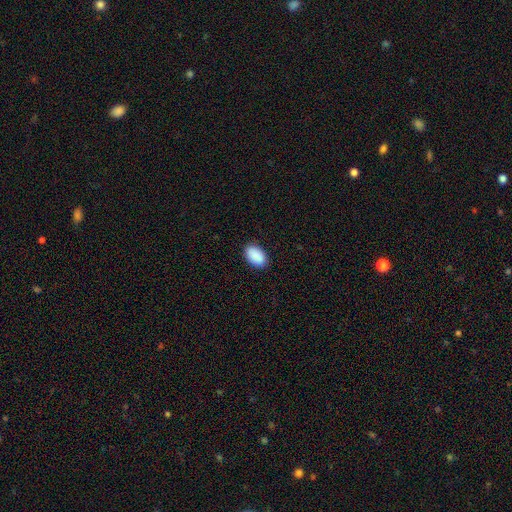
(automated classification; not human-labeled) smooth_or_featured: smooth (p=0.91) [alt: star or artifact p=0.06]
how_rounded: in between (p=0.94) [alt: round p=0.05]
merging: none (p=0.89) [alt: minor disturbance p=0.09]